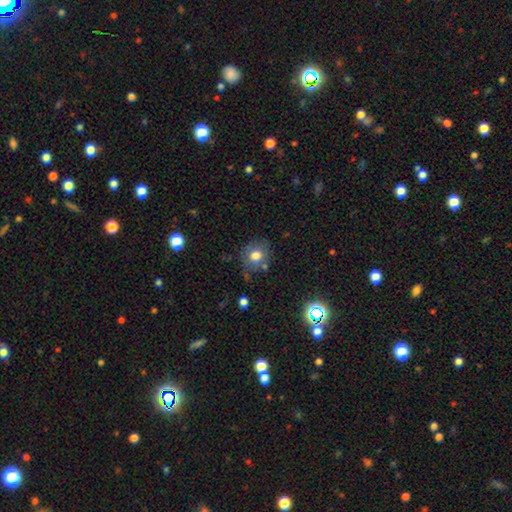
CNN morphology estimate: Overall: smooth (74%). How rounded: round (79%). Merging: none (68%).